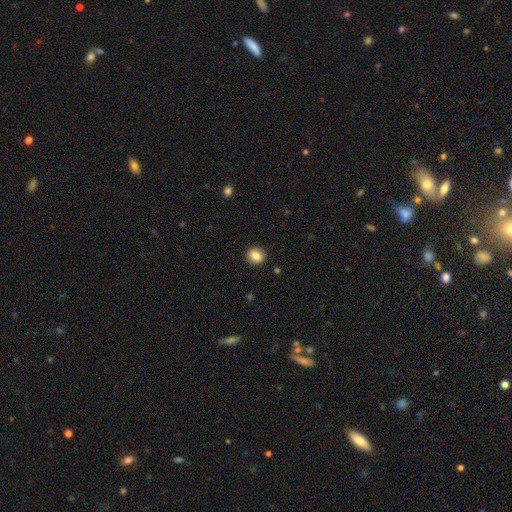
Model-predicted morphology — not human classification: This appears to be a smooth galaxy with no disk features (84%) that is round (83%). Merging: none (92%).